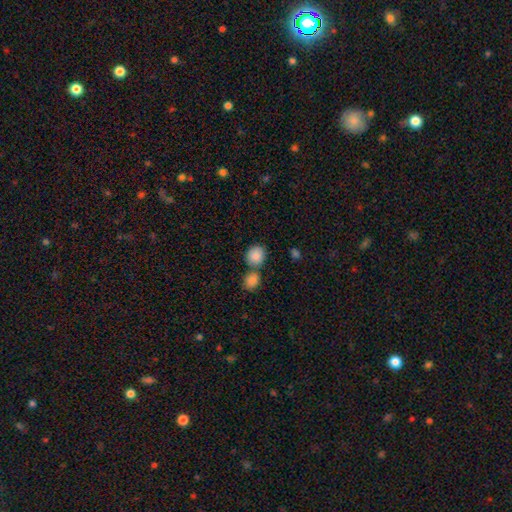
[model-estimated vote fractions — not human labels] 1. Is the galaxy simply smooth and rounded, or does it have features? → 87% smooth, 8% star or artifact, 5% featured or disk.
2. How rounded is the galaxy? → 73% round, 26% in between, 1% cigar-shaped.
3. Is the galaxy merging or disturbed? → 50% none, 38% merger, 9% minor disturbance, 3% major disturbance.